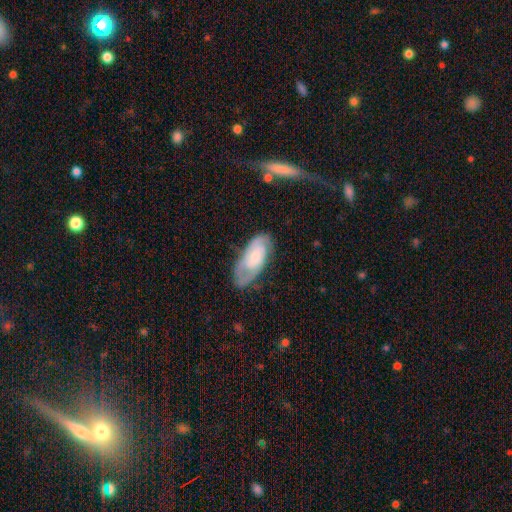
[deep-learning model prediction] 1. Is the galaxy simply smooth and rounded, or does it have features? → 59% featured or disk, 35% smooth, 6% star or artifact.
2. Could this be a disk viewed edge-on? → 92% no, 8% yes.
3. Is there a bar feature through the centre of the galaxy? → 68% no, 26% weak, 5% strong.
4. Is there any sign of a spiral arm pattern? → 85% yes, 15% no.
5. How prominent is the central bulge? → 41% small, 36% moderate, 12% large, 9% none, 2% dominant.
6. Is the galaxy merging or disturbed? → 62% none, 25% minor disturbance, 11% major disturbance, 2% merger.